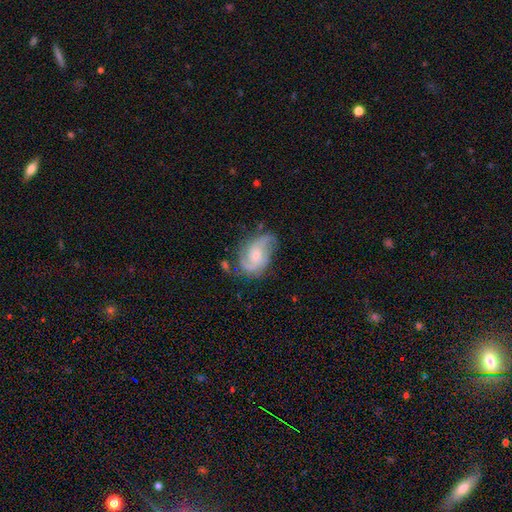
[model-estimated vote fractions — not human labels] Smooth or featured: featured or disk — 80% (smooth — 13%)
Edge-on disk: no — 97% (yes — 3%)
Bar: no — 63% (weak — 32%)
Spiral arms: yes — 95% (no — 5%)
Spiral winding: medium — 48% (tight — 28%)
Spiral arm count: 2 — 64% (3 — 14%)
Bulge size: small — 57% (moderate — 33%)
Merging: none — 61% (minor disturbance — 24%)